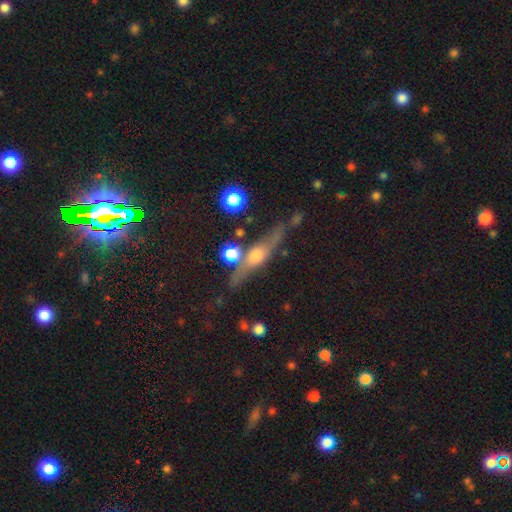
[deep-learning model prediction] The model was most divided on "smooth or featured": featured or disk: 70%, smooth: 22%, star or artifact: 9%. More confident: edge-on bulge — rounded (88%); edge-on disk — yes (87%); merging — none (68%).